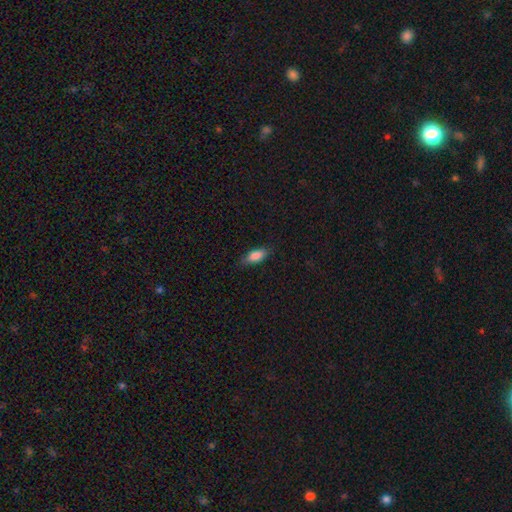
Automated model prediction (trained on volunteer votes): Smooth or featured?
  - smooth: 83% *
  - featured or disk: 10%
  - star or artifact: 7%
How rounded?
  - in between: 80% *
  - cigar-shaped: 17%
  - round: 3%
Merging?
  - none: 80% *
  - minor disturbance: 16%
  - major disturbance: 3%
  - merger: 1%